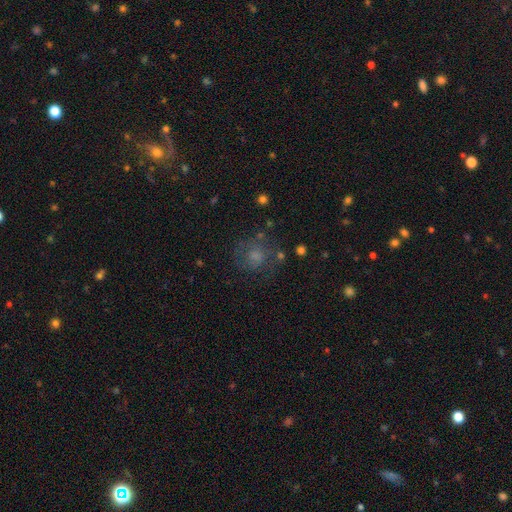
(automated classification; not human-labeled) The model was most divided on "smooth or featured": smooth: 55%, featured or disk: 28%, star or artifact: 17%. More confident: how rounded — round (82%); merging — none (65%).